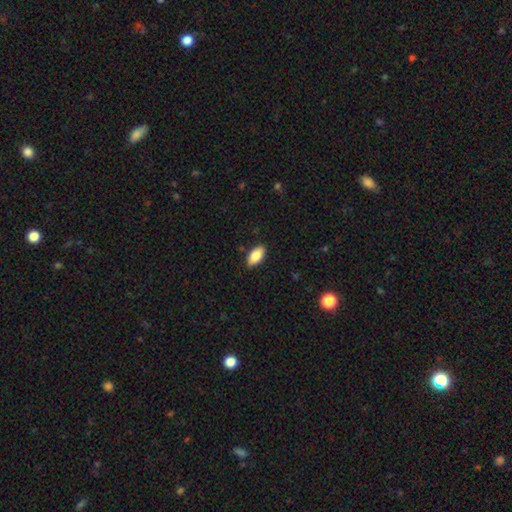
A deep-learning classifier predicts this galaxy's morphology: Q: Smooth or featured?
A: smooth (85%); runner-up: featured or disk (9%)
Q: How rounded?
A: in between (92%); runner-up: cigar-shaped (5%)
Q: Merging?
A: none (88%); runner-up: minor disturbance (9%)